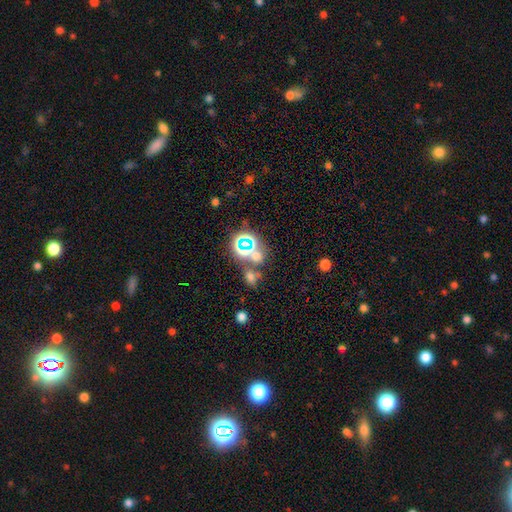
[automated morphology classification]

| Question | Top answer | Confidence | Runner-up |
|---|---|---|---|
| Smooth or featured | smooth | 49% | star or artifact (41%) |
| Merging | none | 53% | merger (32%) |